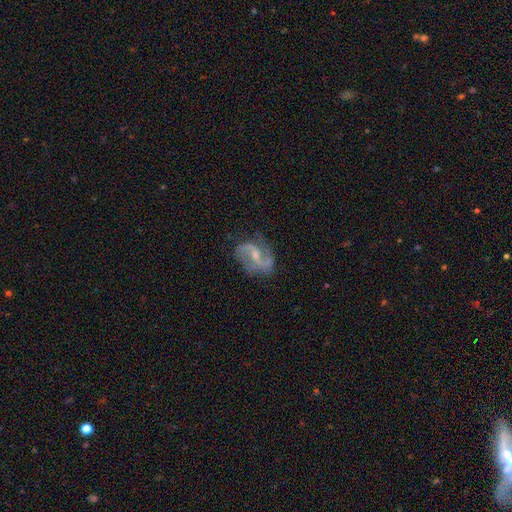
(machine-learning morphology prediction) Smooth or featured: featured or disk — 86% (smooth — 8%)
Edge-on disk: no — 97% (yes — 3%)
Bar: weak — 50% (no — 27%)
Spiral arms: yes — 95% (no — 5%)
Spiral winding: medium — 45% (loose — 42%)
Spiral arm count: 2 — 88% (can't tell — 4%)
Bulge size: small — 52% (moderate — 39%)
Merging: none — 67% (minor disturbance — 20%)